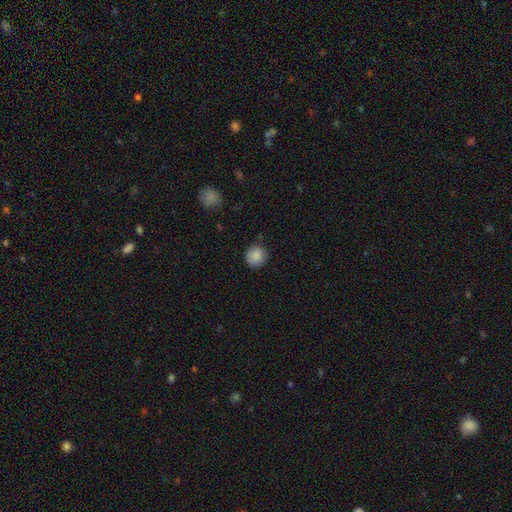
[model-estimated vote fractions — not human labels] smooth-or-featured: smooth: 86% | star or artifact: 9% | featured or disk: 6%
  how-rounded: round: 92% | in between: 7% | cigar-shaped: 1%
  merging: none: 83% | minor disturbance: 13% | major disturbance: 3% | merger: 1%